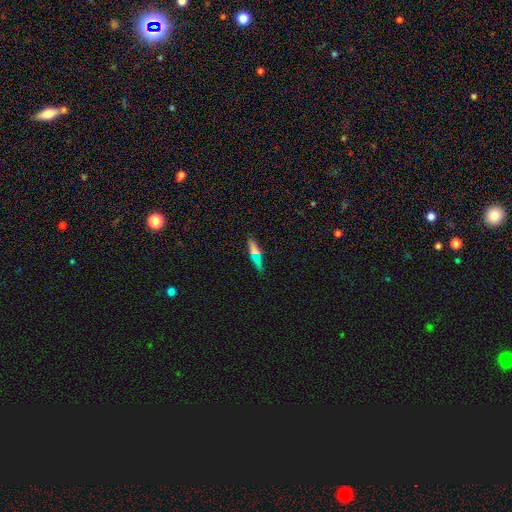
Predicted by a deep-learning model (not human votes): Morphology: type=smooth (59%); roundness=cigar-shaped (77%); merging=none (86%).